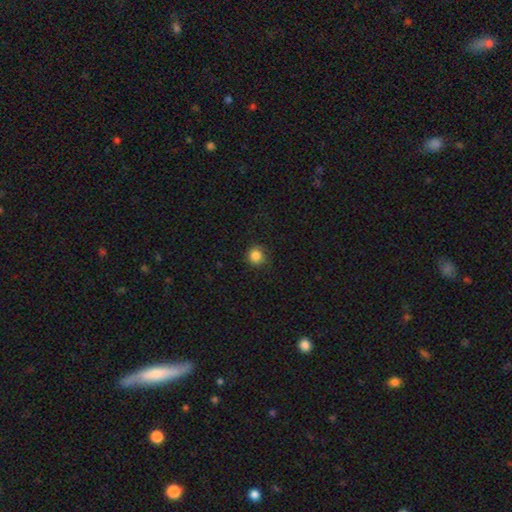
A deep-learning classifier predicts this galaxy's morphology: smooth-or-featured: smooth: 85% | star or artifact: 11% | featured or disk: 4%
  how-rounded: round: 92% | in between: 7% | cigar-shaped: 1%
  merging: none: 84% | minor disturbance: 12% | major disturbance: 3% | merger: 1%